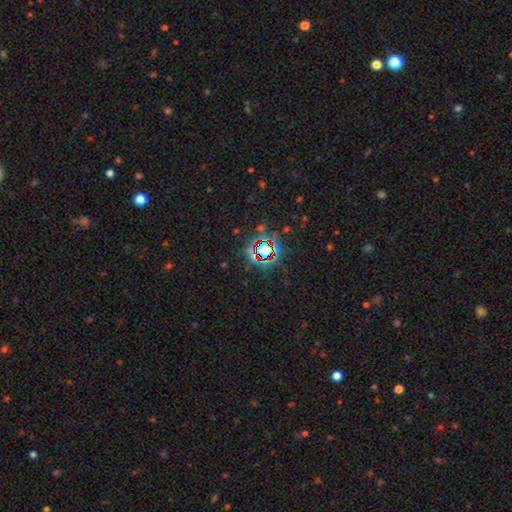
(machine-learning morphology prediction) Smooth or featured?
  - star or artifact: 73% *
  - smooth: 16%
  - featured or disk: 10%